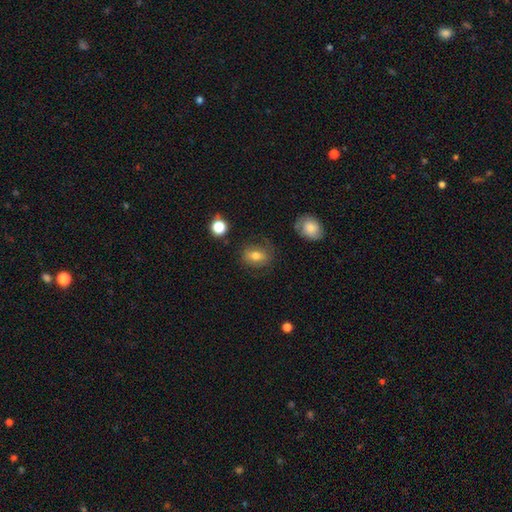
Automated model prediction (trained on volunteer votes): Smooth or featured: smooth — 71% (featured or disk — 19%)
How rounded: in between — 62% (round — 36%)
Merging: none — 71% (minor disturbance — 19%)